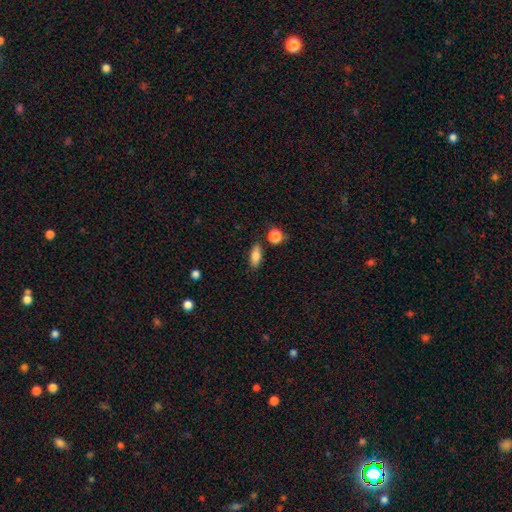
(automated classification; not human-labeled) Smooth or featured?
  - smooth: 81% *
  - featured or disk: 10%
  - star or artifact: 8%
How rounded?
  - in between: 78% *
  - cigar-shaped: 17%
  - round: 6%
Merging?
  - none: 82% *
  - minor disturbance: 11%
  - merger: 4%
  - major disturbance: 3%